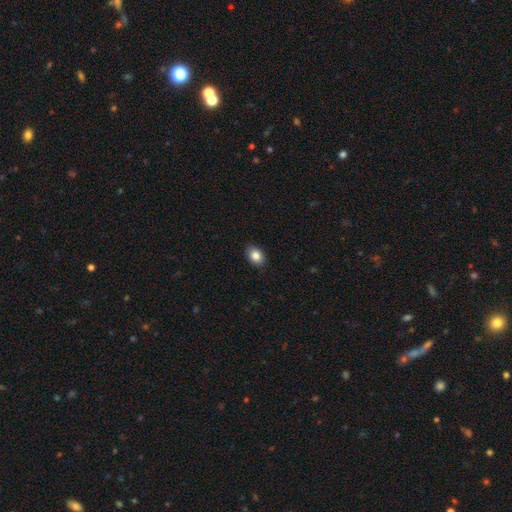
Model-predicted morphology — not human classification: A smooth galaxy with no disk features (85%) that is in between round and cigar-shaped (74%).

Vote fractions:
- Smooth or featured? smooth: 85% / star or artifact: 8% / featured or disk: 7%
- How rounded? in between: 74% / round: 25% / cigar-shaped: 1%
- Merging? none: 89% / minor disturbance: 8% / major disturbance: 2% / merger: 1%